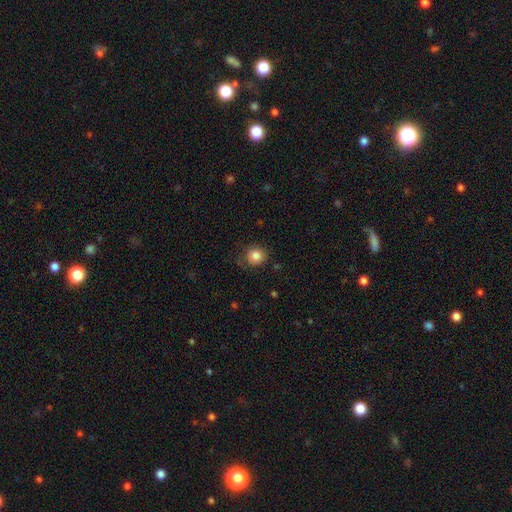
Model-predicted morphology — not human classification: Overall: smooth (83%). How rounded: round (86%). Merging: none (77%).